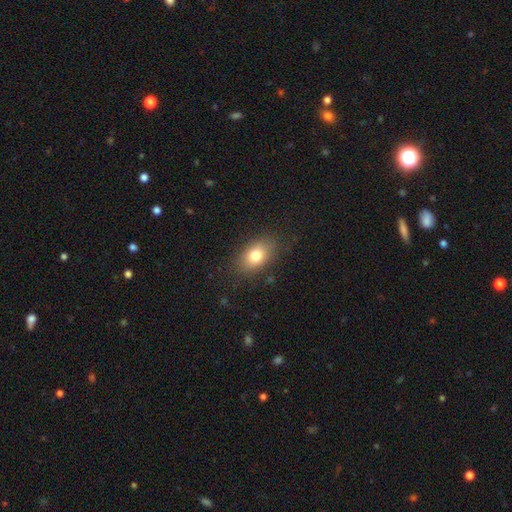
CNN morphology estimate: Q: Smooth or featured?
A: smooth (78%); runner-up: featured or disk (13%)
Q: How rounded?
A: in between (83%); runner-up: round (15%)
Q: Merging?
A: none (83%); runner-up: minor disturbance (12%)